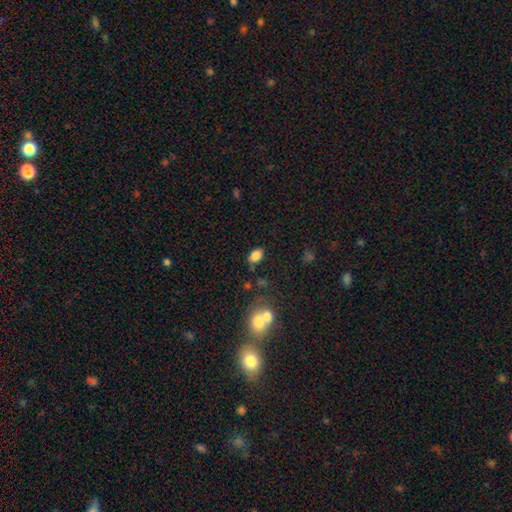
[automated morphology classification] type=smooth (83%); roundness=in between (86%); merging=none (75%).